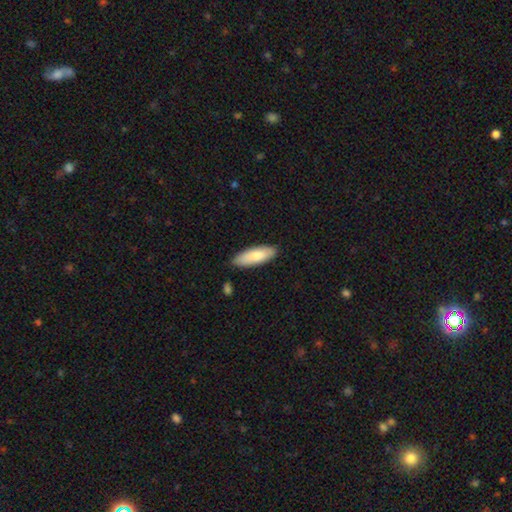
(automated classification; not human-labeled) smooth 78%, featured or disk 16%, star or artifact 5%. Down the decision tree: how rounded — in between (61%); merging — none (86%).